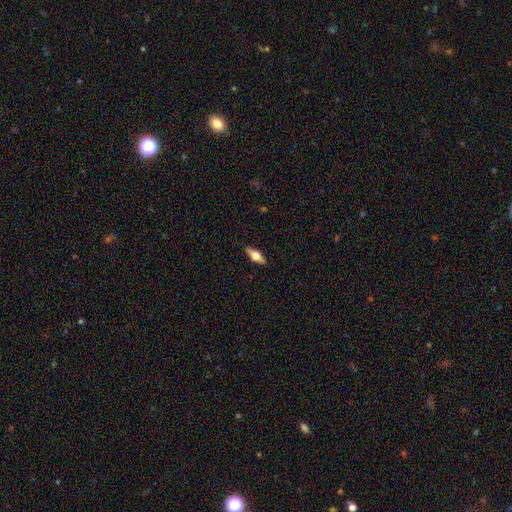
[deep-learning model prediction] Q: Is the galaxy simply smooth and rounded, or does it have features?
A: featured or disk — 54%.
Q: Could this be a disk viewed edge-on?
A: yes — 93%.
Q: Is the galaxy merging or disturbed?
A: none — 89%.